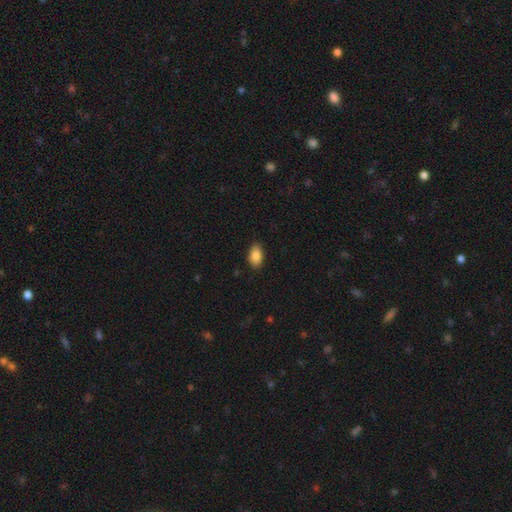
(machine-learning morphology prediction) Overall: smooth (87%). How rounded: in between (92%). Merging: none (87%).